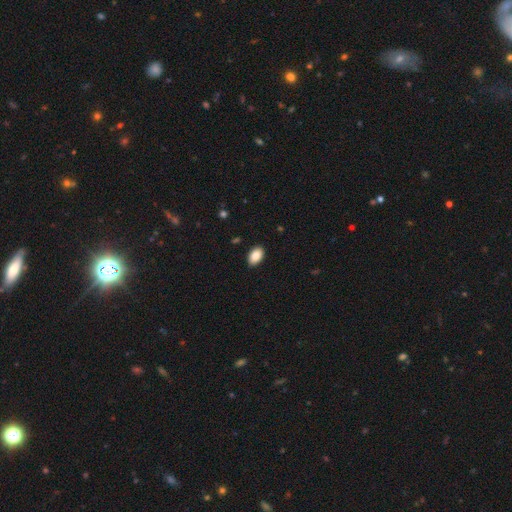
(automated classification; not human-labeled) Q: Smooth or featured?
A: smooth (87%); runner-up: star or artifact (7%)
Q: How rounded?
A: in between (91%); runner-up: round (7%)
Q: Merging?
A: none (89%); runner-up: minor disturbance (8%)